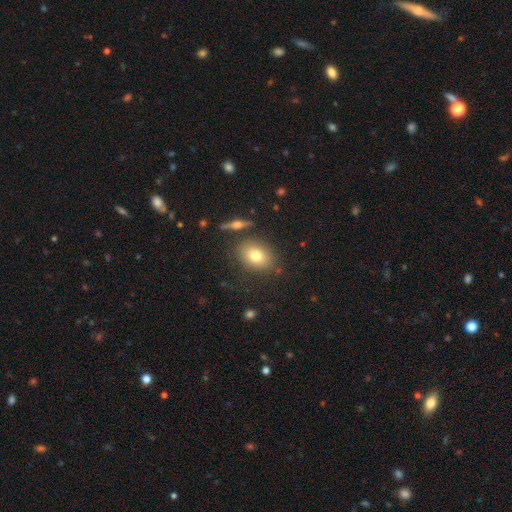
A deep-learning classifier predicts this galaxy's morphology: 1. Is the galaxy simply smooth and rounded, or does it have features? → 75% smooth, 15% featured or disk, 10% star or artifact.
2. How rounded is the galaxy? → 68% in between, 31% round, 2% cigar-shaped.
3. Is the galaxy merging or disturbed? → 79% none, 11% minor disturbance, 6% merger, 4% major disturbance.